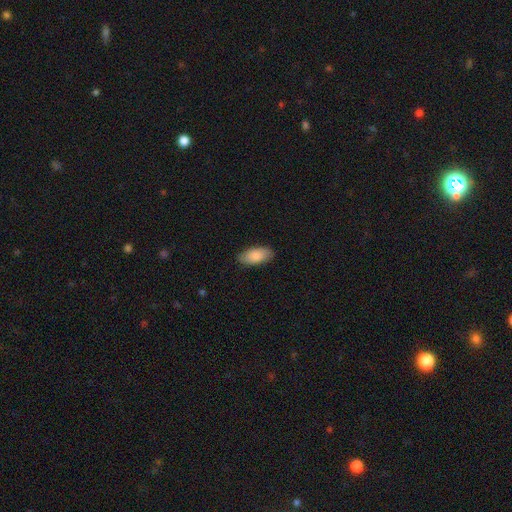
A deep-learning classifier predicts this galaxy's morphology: smooth_or_featured: smooth (p=0.85) [alt: featured or disk p=0.09]
how_rounded: in between (p=0.92) [alt: cigar-shaped p=0.06]
merging: none (p=0.85) [alt: minor disturbance p=0.12]